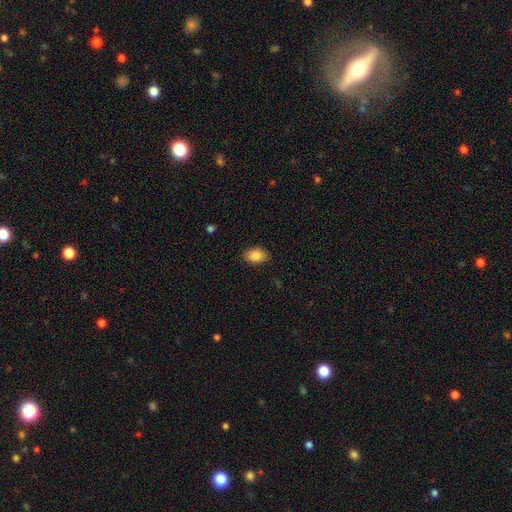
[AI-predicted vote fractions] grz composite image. It shows a smooth galaxy with no disk features (88%) that is in between round and cigar-shaped (87%). Merging: none (87%).